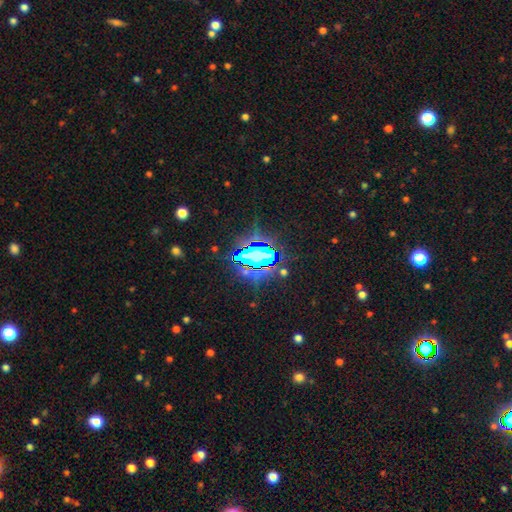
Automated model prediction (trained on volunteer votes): The model was most divided on "smooth or featured": star or artifact: 69%, smooth: 19%, featured or disk: 12%.